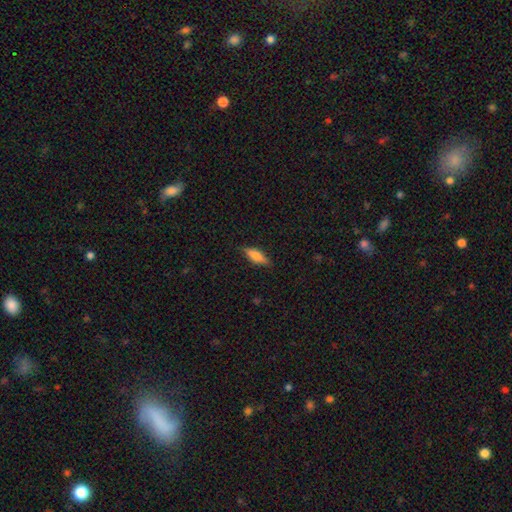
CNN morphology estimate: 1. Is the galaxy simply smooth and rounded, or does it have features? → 67% smooth, 26% featured or disk, 7% star or artifact.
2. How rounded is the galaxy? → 54% in between, 43% cigar-shaped, 2% round.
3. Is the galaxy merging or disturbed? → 82% none, 14% minor disturbance, 3% major disturbance, 1% merger.